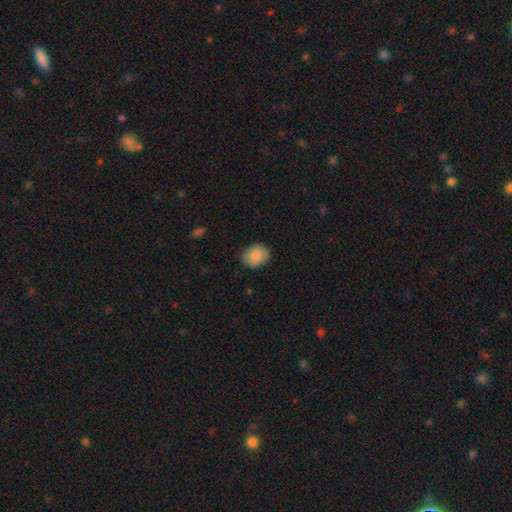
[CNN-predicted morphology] A smooth galaxy with no disk features (87%) that is round (58%).

Vote fractions:
- Smooth or featured? smooth: 87% / star or artifact: 8% / featured or disk: 5%
- How rounded? round: 58% / in between: 41% / cigar-shaped: 1%
- Merging? none: 84% / minor disturbance: 13% / major disturbance: 3% / merger: 1%